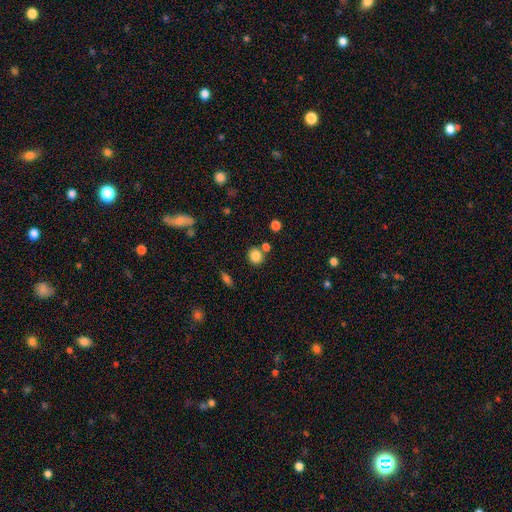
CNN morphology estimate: type=smooth (84%); roundness=round (78%); merging=none (70%).